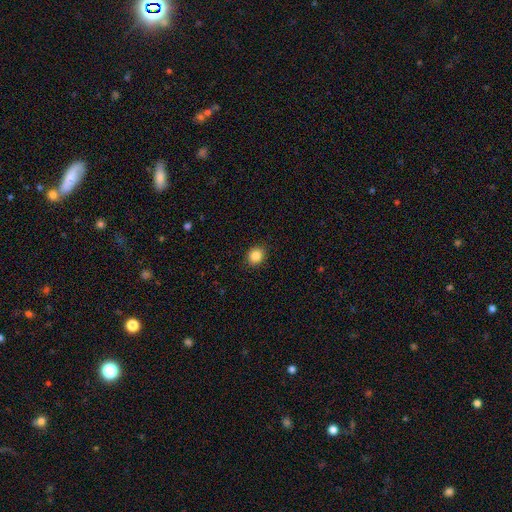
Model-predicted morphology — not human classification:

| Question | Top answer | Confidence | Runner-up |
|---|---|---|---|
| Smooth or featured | smooth | 85% | star or artifact (10%) |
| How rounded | round | 77% | in between (22%) |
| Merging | none | 90% | minor disturbance (7%) |